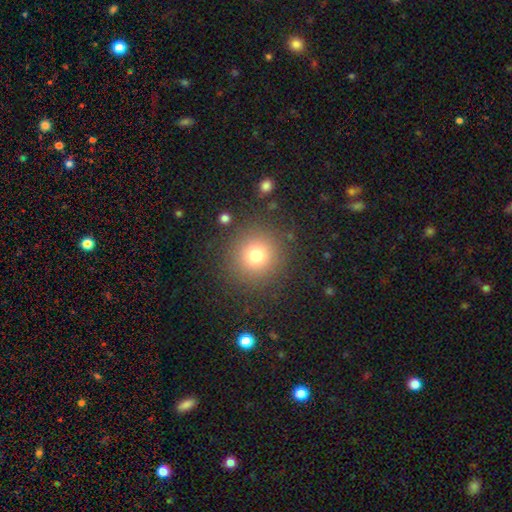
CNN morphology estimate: Overall: smooth (76%). How rounded: round (95%). Merging: none (87%).